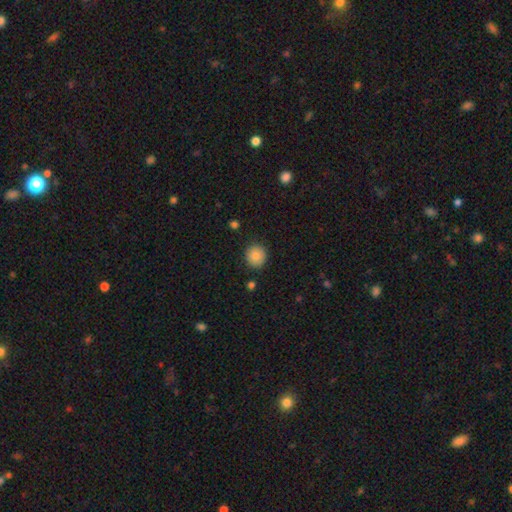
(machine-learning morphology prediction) Q: Smooth or featured?
A: smooth (84%); runner-up: star or artifact (9%)
Q: How rounded?
A: round (87%); runner-up: in between (12%)
Q: Merging?
A: none (88%); runner-up: minor disturbance (8%)